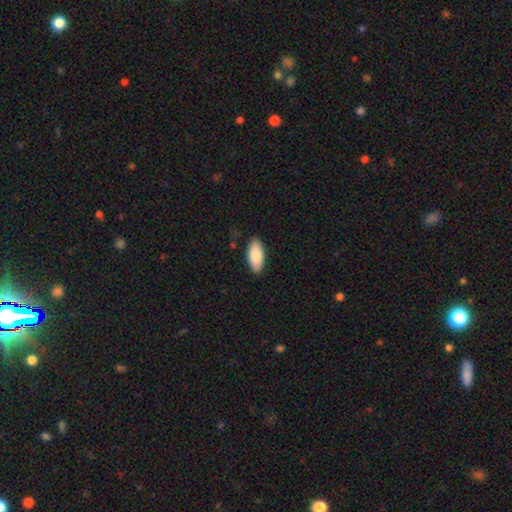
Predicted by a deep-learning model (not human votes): smooth 83%, featured or disk 12%, star or artifact 6%. Down the decision tree: how rounded — in between (89%); merging — none (88%).